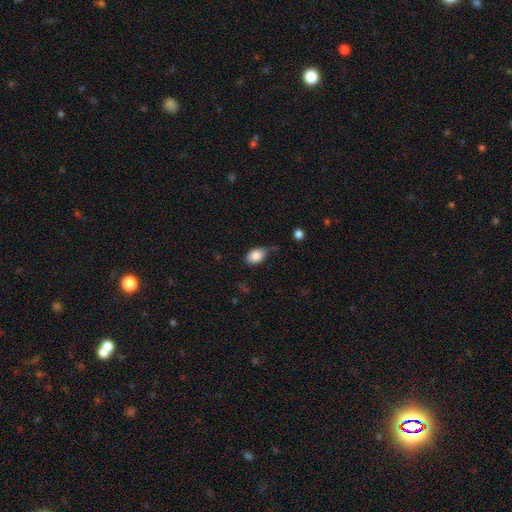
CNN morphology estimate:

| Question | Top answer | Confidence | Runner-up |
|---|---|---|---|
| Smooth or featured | smooth | 86% | star or artifact (8%) |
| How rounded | in between | 84% | round (15%) |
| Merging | none | 61% | minor disturbance (29%) |